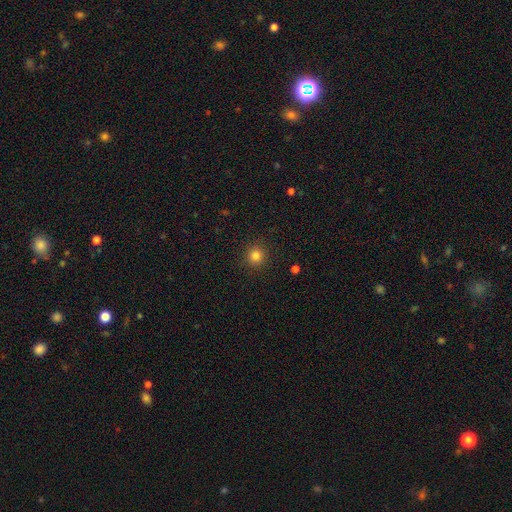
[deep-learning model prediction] smooth-or-featured: smooth: 82% | star or artifact: 13% | featured or disk: 5%
  how-rounded: round: 93% | in between: 6% | cigar-shaped: 1%
  merging: none: 92% | minor disturbance: 5% | major disturbance: 2% | merger: 1%